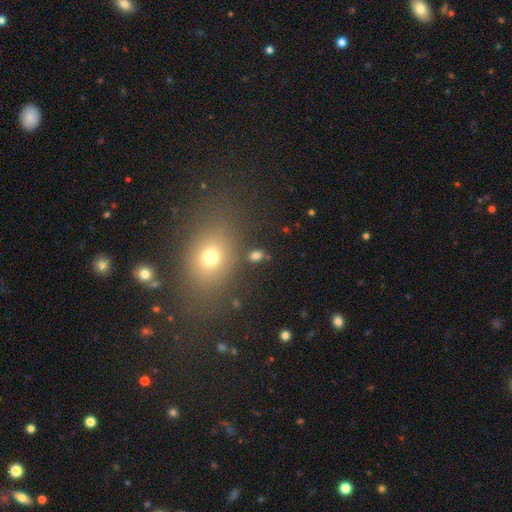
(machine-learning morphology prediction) This is likely a smooth galaxy (75%). How rounded: likely in between (74%). Merging: likely none (79%).